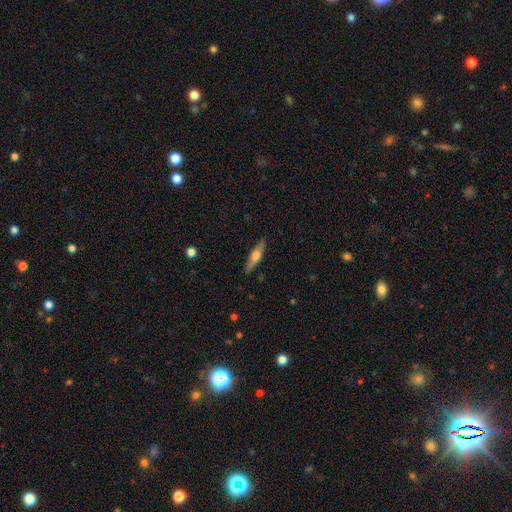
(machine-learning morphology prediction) type=featured or disk (48%); merging=none (88%).